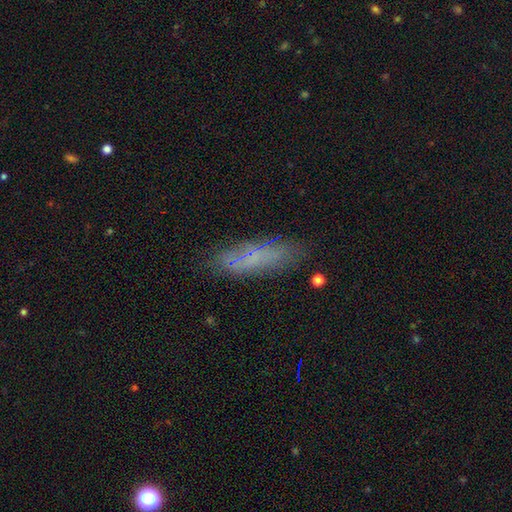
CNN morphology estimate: A smooth galaxy with no disk features (58%) that is cigar-shaped (67%). Merging: none (77%).